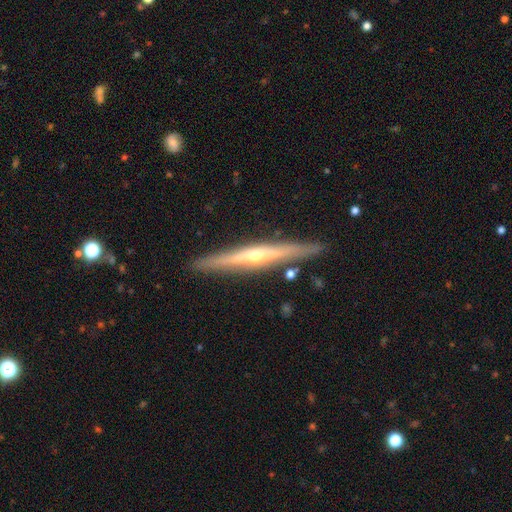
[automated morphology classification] Overall: featured or disk (80%). Edge-on disk: yes (97%). Edge-on bulge: rounded (85%). Merging: none (90%).